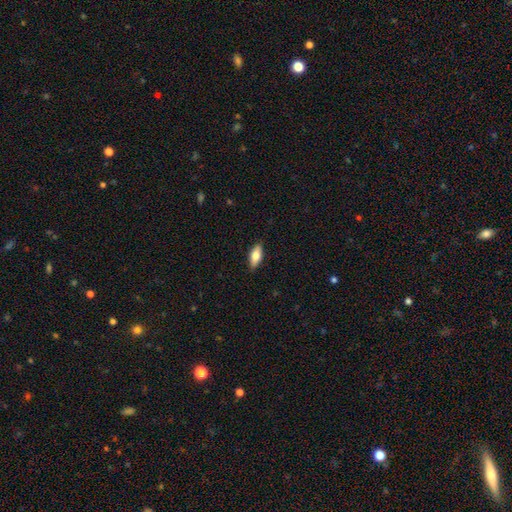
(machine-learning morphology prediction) smooth 72%, featured or disk 22%, star or artifact 6%. Down the decision tree: how rounded — in between (79%); merging — none (88%).